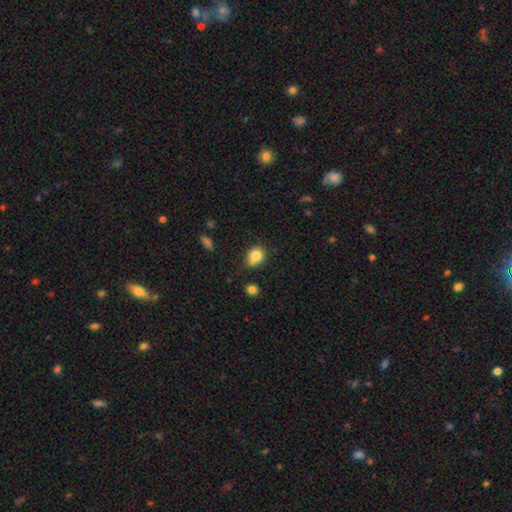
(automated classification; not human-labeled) smooth_or_featured: smooth (p=0.81) [alt: star or artifact p=0.11]
how_rounded: round (p=0.74) [alt: in between p=0.25]
merging: none (p=0.54) [alt: merger p=0.21]